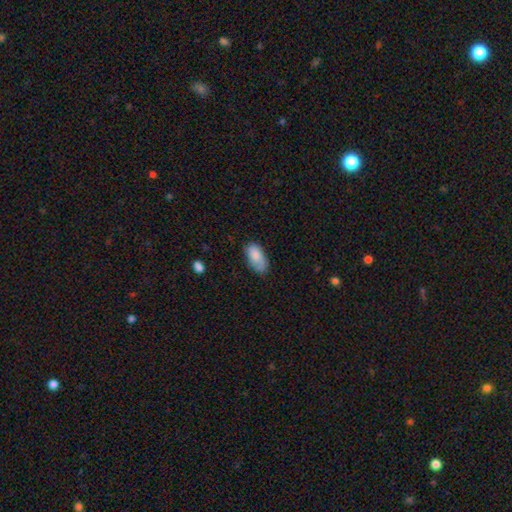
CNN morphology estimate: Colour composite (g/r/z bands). It shows a smooth galaxy with no disk features (82%) that is in between round and cigar-shaped (93%). Merging: none (63%).